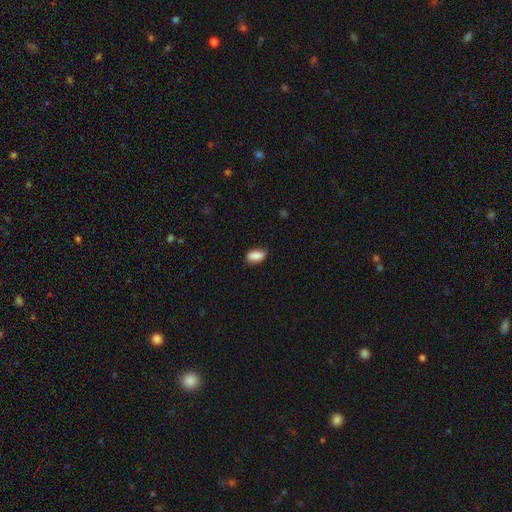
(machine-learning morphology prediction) Smooth or featured: smooth — 88% (star or artifact — 7%)
How rounded: in between — 90% (cigar-shaped — 6%)
Merging: none — 81% (minor disturbance — 15%)